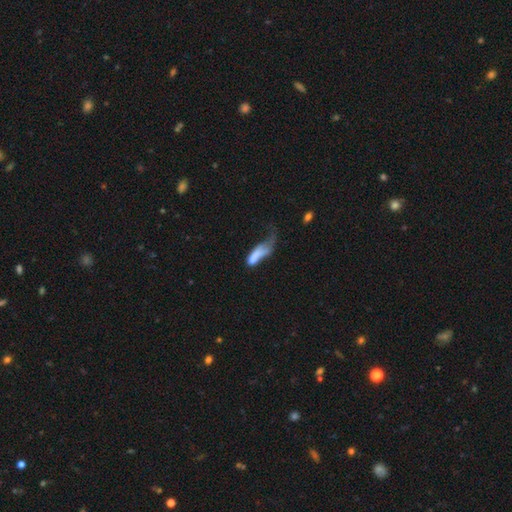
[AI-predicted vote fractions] This appears to be a smooth galaxy with no disk features (62%) that is in between round and cigar-shaped (60%). Merging: major disturbance (52%).